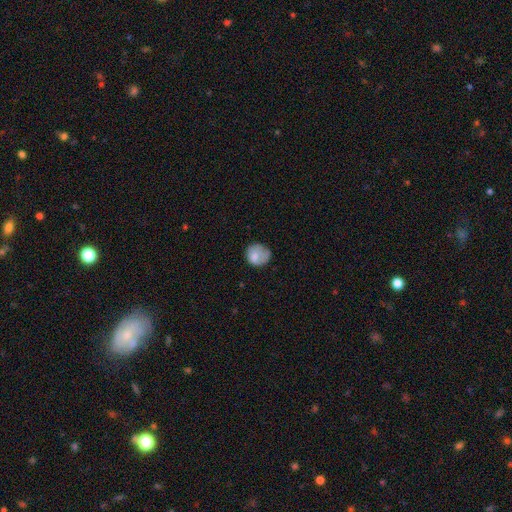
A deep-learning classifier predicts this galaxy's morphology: Q: Smooth or featured?
A: smooth (76%); runner-up: featured or disk (16%)
Q: How rounded?
A: round (78%); runner-up: in between (21%)
Q: Merging?
A: none (53%); runner-up: minor disturbance (29%)